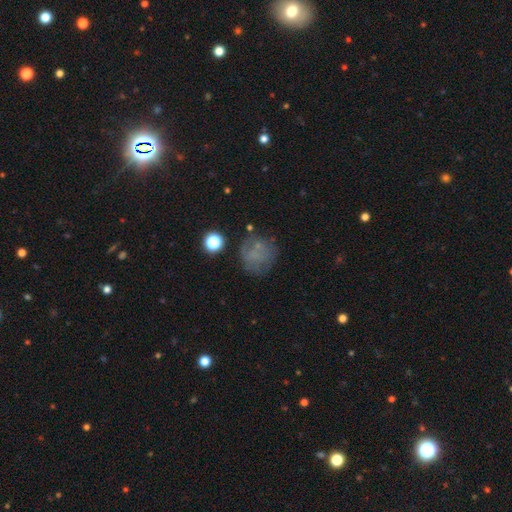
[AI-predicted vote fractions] The model was most divided on "smooth or featured": smooth: 56%, featured or disk: 25%, star or artifact: 20%. More confident: how rounded — round (85%); merging — none (65%).